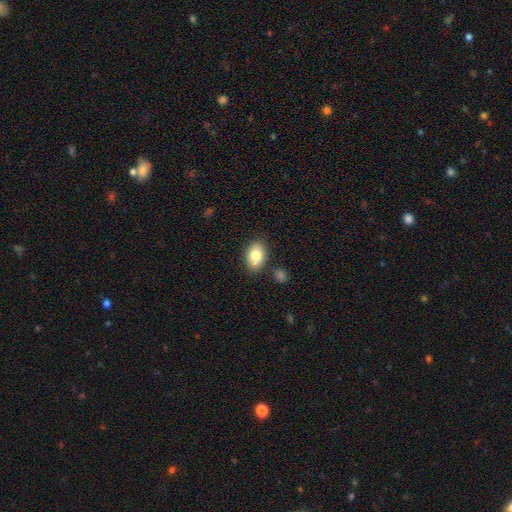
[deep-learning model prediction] Smooth or featured?
  - smooth: 81% *
  - featured or disk: 11%
  - star or artifact: 7%
How rounded?
  - in between: 85% *
  - round: 14%
  - cigar-shaped: 1%
Merging?
  - none: 82% *
  - minor disturbance: 11%
  - merger: 4%
  - major disturbance: 3%